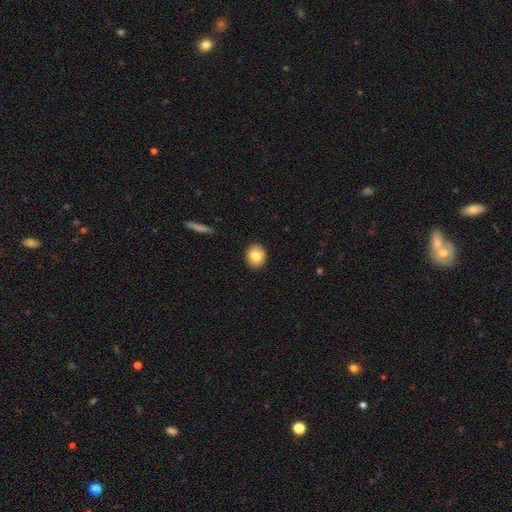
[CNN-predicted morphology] The model was most divided on "how rounded": round: 76%, in between: 23%, cigar-shaped: 1%. More confident: merging — none (91%); smooth or featured — smooth (80%).